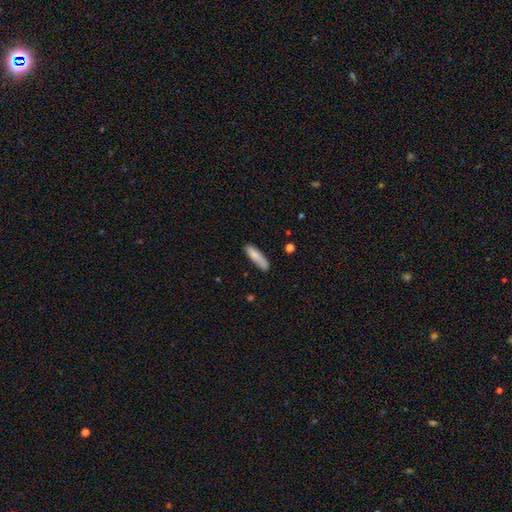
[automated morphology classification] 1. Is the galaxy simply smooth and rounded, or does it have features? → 81% smooth, 13% featured or disk, 7% star or artifact.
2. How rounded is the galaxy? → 61% cigar-shaped, 38% in between, 2% round.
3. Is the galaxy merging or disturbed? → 70% none, 22% minor disturbance, 5% major disturbance, 4% merger.